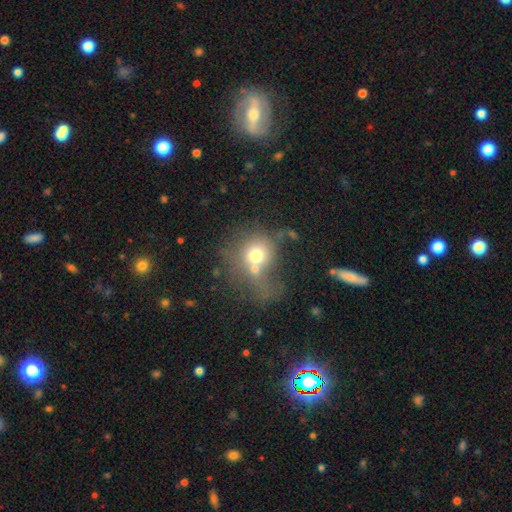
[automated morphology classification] Smooth or featured?
  - smooth: 63% *
  - featured or disk: 23%
  - star or artifact: 14%
How rounded?
  - round: 79% *
  - in between: 19%
  - cigar-shaped: 1%
Merging?
  - merger: 42% *
  - none: 24%
  - major disturbance: 21%
  - minor disturbance: 13%